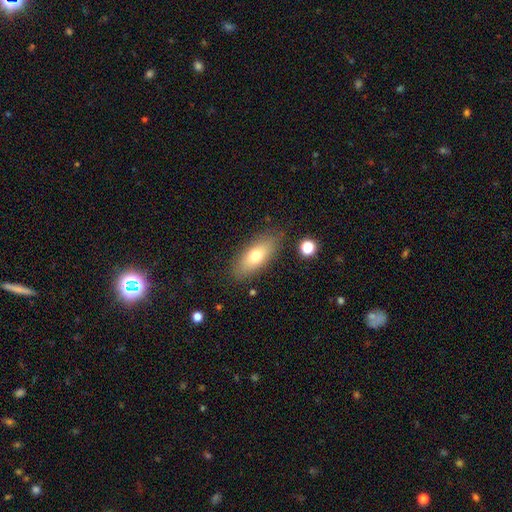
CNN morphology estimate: type=smooth (69%); roundness=in between (77%); merging=none (82%).